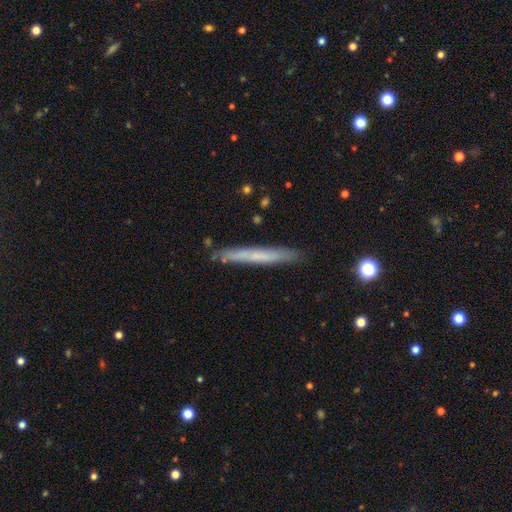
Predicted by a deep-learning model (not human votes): Smooth or featured?
  - smooth: 54% *
  - featured or disk: 40%
  - star or artifact: 7%
How rounded?
  - cigar-shaped: 97% *
  - in between: 2%
  - round: 1%
Merging?
  - none: 87% *
  - minor disturbance: 9%
  - merger: 2%
  - major disturbance: 2%